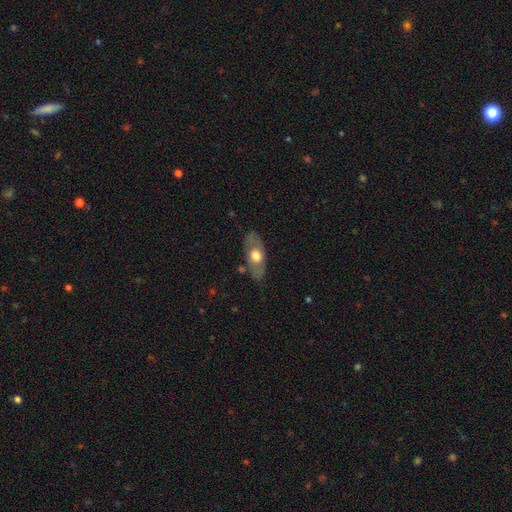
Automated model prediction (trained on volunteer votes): smooth-or-featured: smooth: 51% | featured or disk: 43% | star or artifact: 6%
  how-rounded: in between: 82% | cigar-shaped: 10% | round: 9%
  merging: none: 74% | minor disturbance: 18% | major disturbance: 5% | merger: 3%